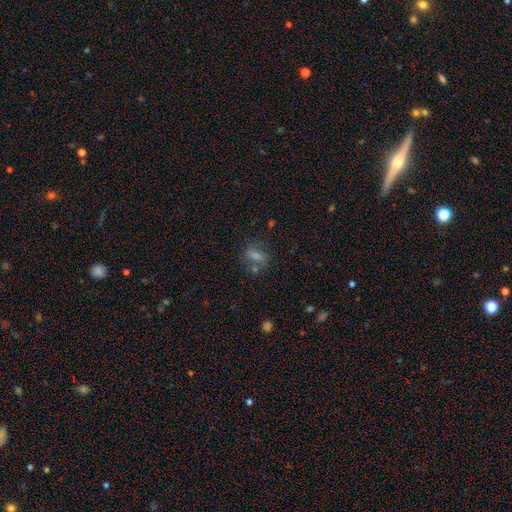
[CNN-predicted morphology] Overall: smooth (67%). How rounded: in between (65%). Merging: none (60%).